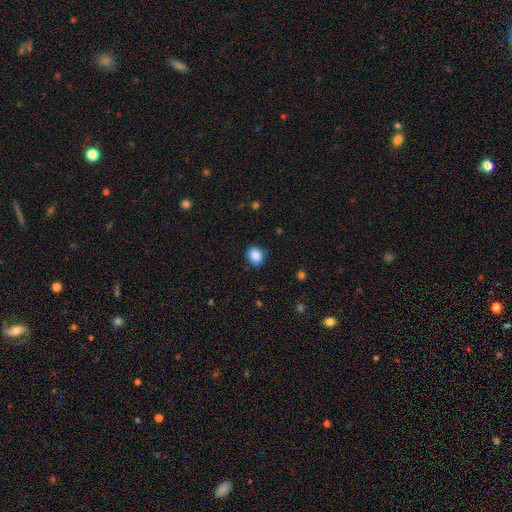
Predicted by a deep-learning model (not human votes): Smooth or featured?
  - smooth: 85% *
  - star or artifact: 9%
  - featured or disk: 6%
How rounded?
  - round: 61% *
  - in between: 38%
  - cigar-shaped: 1%
Merging?
  - none: 82% *
  - minor disturbance: 14%
  - major disturbance: 3%
  - merger: 1%